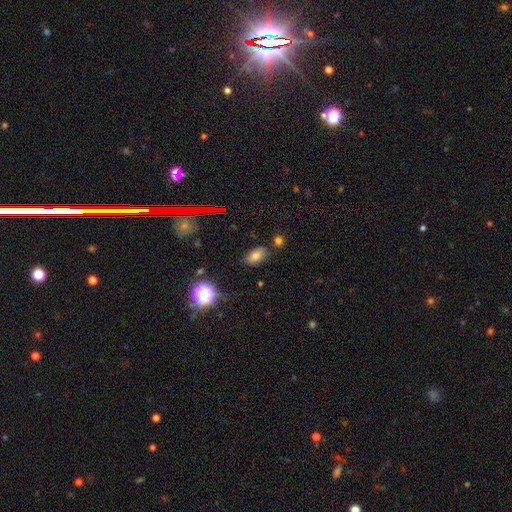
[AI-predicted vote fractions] smooth 74%, star or artifact 15%, featured or disk 10%. Down the decision tree: how rounded — in between (89%); merging — none (79%).